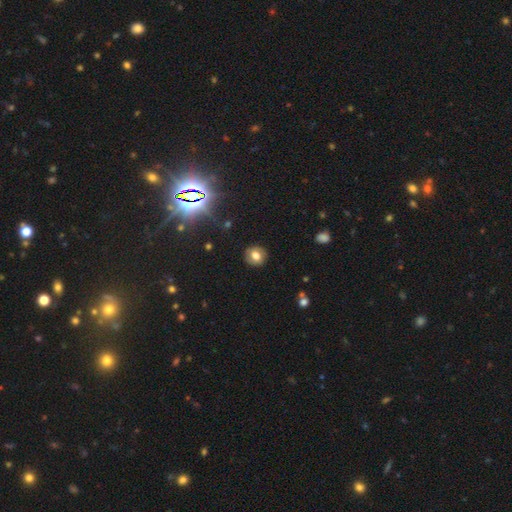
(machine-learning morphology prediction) type=smooth (71%); roundness=round (84%); merging=none (89%).